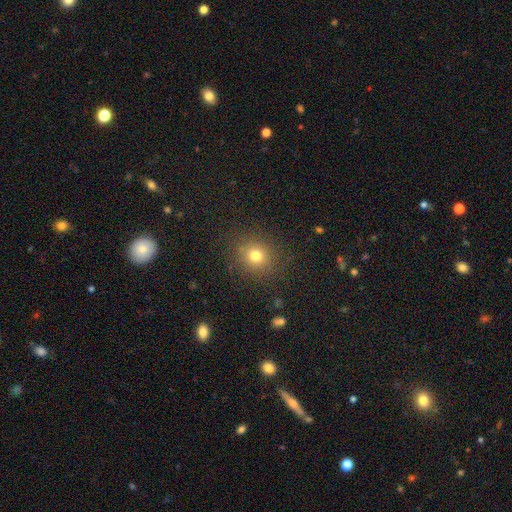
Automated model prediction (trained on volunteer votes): This appears to be a smooth galaxy with no disk features (76%) that is round (85%). Merging: none (88%).